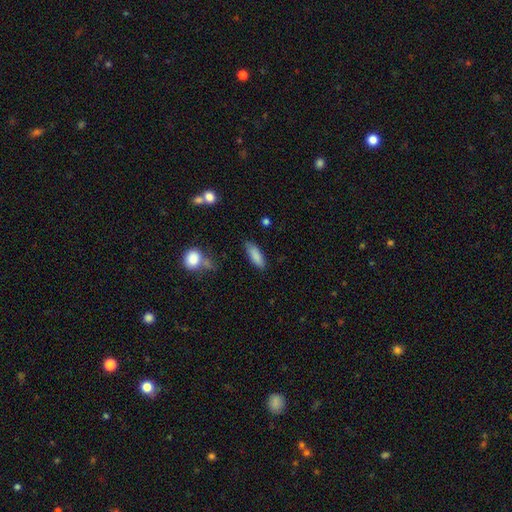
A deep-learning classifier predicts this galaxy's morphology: Overall: smooth (86%). How rounded: in between (59%; cigar-shaped 39%). Merging: none (80%).